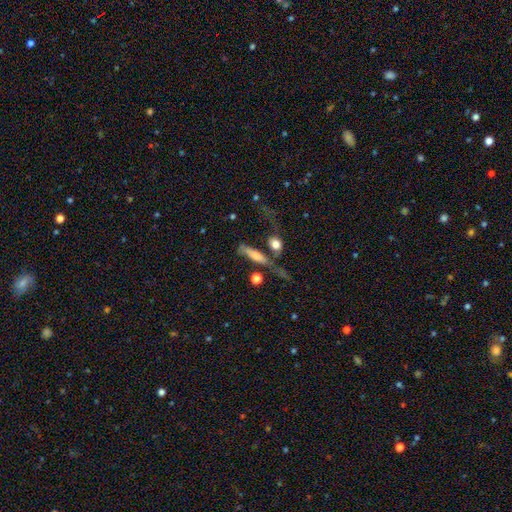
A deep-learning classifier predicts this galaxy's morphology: Smooth or featured? Predicted: smooth (p=0.63). How rounded? Predicted: cigar-shaped (p=0.62). Merging? Predicted: none (p=0.40).